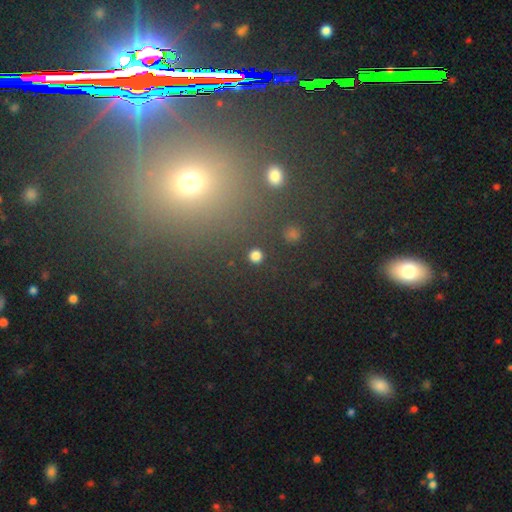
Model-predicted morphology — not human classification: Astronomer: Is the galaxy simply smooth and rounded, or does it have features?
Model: smooth — 78%.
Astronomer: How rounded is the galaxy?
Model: round — 92%.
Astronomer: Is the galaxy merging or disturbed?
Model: none — 92%.